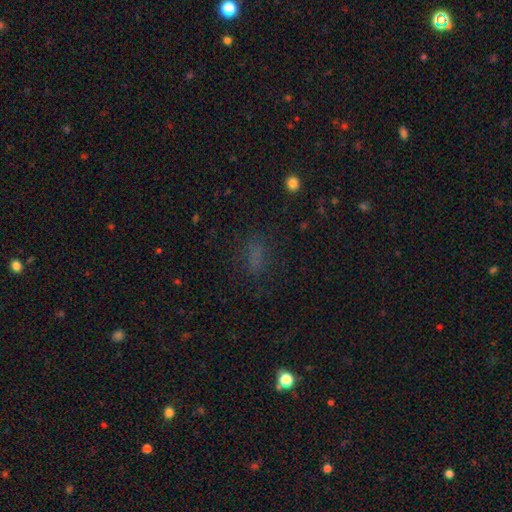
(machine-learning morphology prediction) This is likely a smooth galaxy (62%). How rounded: likely in between (70%). Merging: likely none (73%).